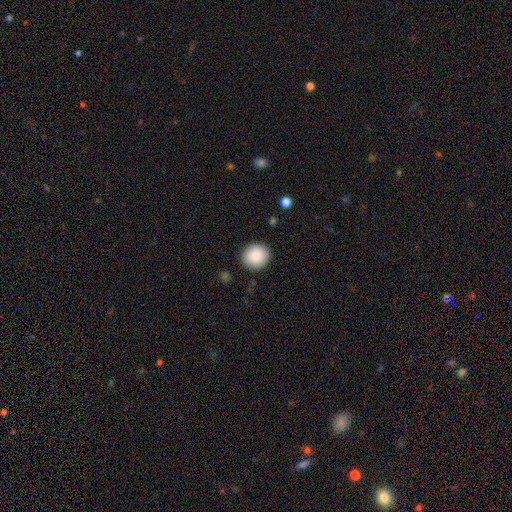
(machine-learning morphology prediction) This appears to be a smooth galaxy with no disk features (88%) that is round (82%). Merging: none (89%).